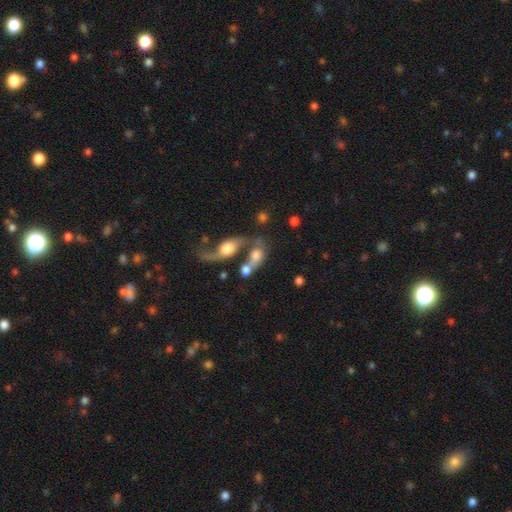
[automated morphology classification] type=smooth (53%); roundness=in between (70%); merging=merger (51%).